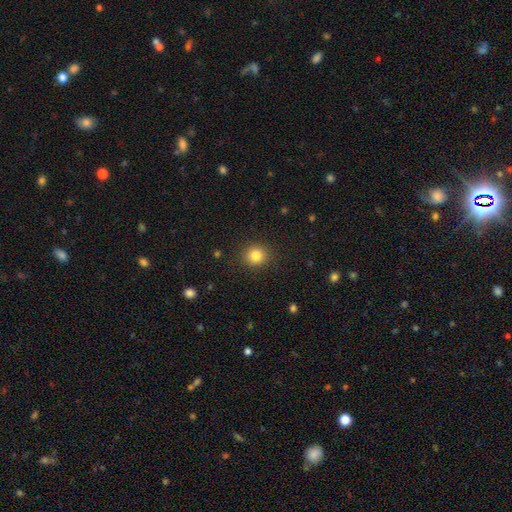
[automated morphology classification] Overall: smooth (83%). How rounded: round (89%). Merging: none (90%).